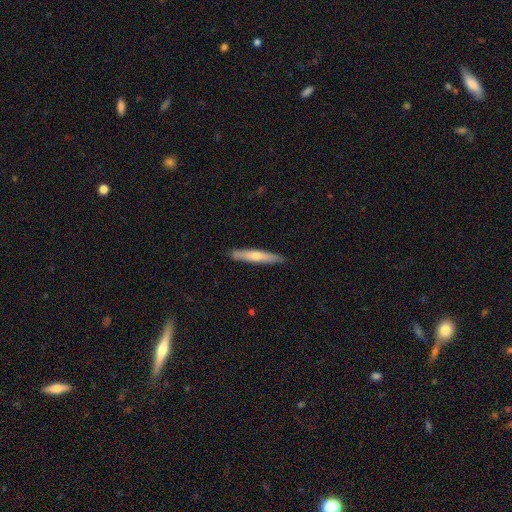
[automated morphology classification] This appears to be a featured or disk galaxy (49%). Merging: none (90%).